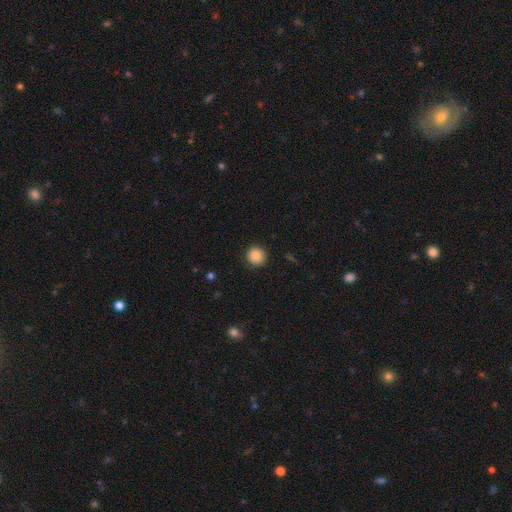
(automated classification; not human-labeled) Smooth or featured? Predicted: smooth (p=0.86). How rounded? Predicted: round (p=0.94). Merging? Predicted: none (p=0.88).